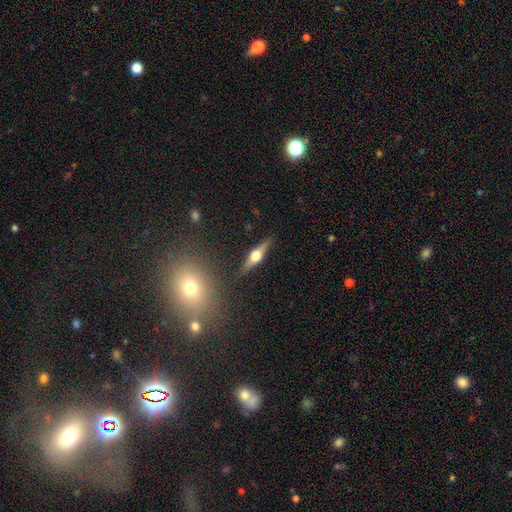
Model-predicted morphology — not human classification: Smooth or featured? featured or disk (72%)
Edge-on disk? yes (96%)
Edge-on bulge? rounded (96%)
Merging? none (88%)